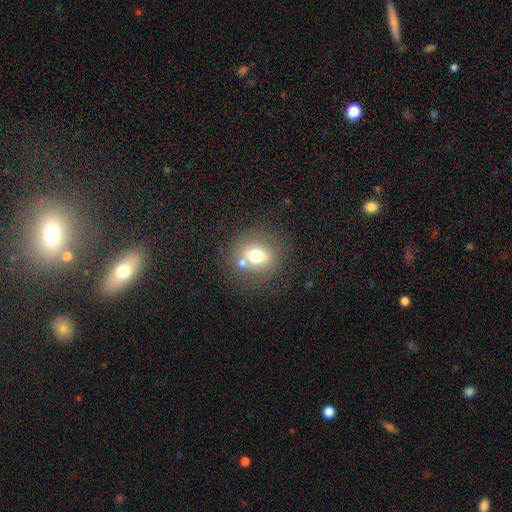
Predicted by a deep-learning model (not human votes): Smooth or featured? Predicted: smooth (p=0.62). How rounded? Predicted: round (p=0.76). Merging? Predicted: none (p=0.63).